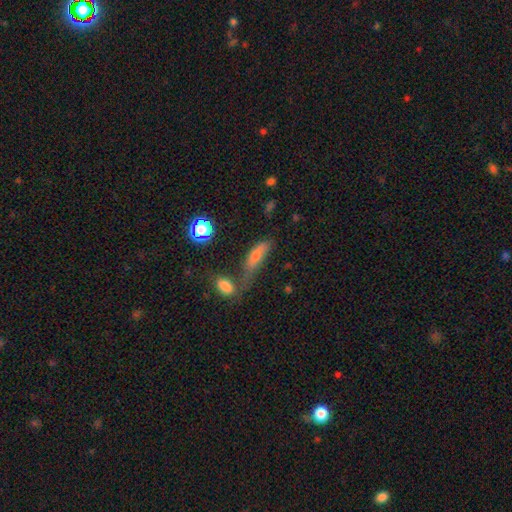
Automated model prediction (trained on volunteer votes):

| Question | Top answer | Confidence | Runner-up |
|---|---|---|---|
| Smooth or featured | smooth | 66% | featured or disk (20%) |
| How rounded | in between | 50% | cigar-shaped (45%) |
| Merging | none | 39% | merger (31%) |